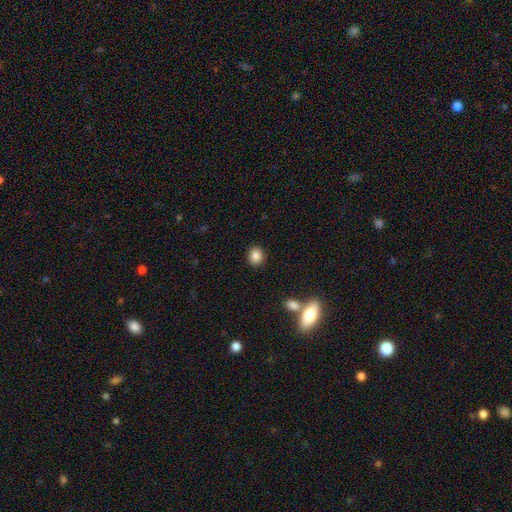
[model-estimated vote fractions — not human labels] Overall: smooth (86%). How rounded: round (69%; in between 30%). Merging: none (88%).